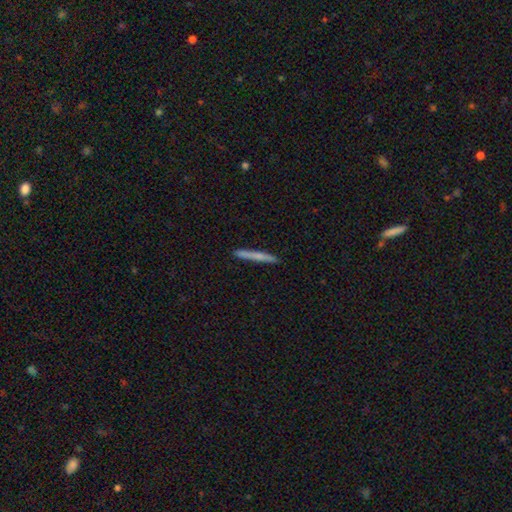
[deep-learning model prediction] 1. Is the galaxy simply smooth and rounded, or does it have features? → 62% smooth, 31% featured or disk, 6% star or artifact.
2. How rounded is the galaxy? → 96% cigar-shaped, 2% in between, 2% round.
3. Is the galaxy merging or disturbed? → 91% none, 7% minor disturbance, 1% major disturbance, 1% merger.